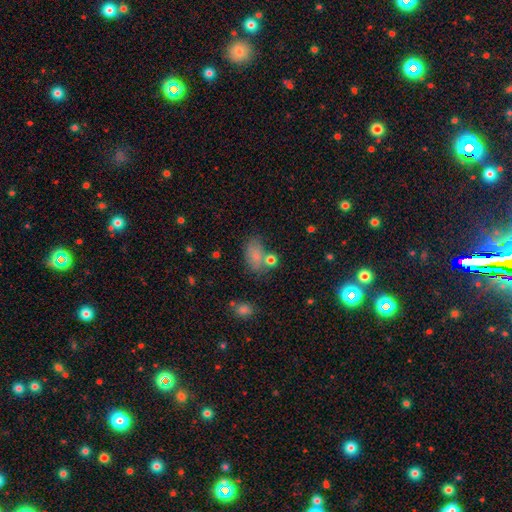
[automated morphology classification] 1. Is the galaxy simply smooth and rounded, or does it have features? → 76% smooth, 13% star or artifact, 11% featured or disk.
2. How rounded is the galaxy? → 86% in between, 12% round, 2% cigar-shaped.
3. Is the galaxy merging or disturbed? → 54% none, 21% minor disturbance, 16% merger, 9% major disturbance.